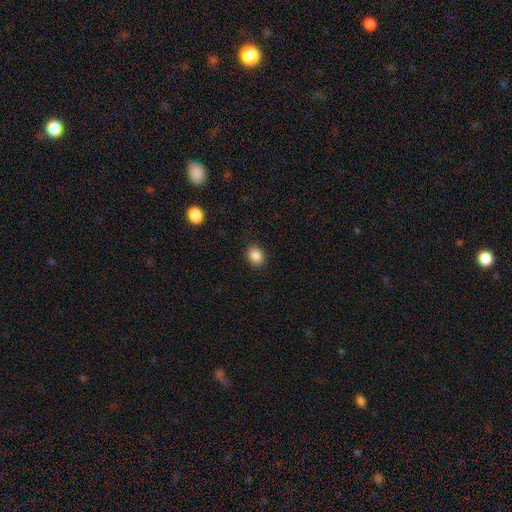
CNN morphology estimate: Smooth or featured? Predicted: smooth (p=0.86). How rounded? Predicted: round (p=0.55). Merging? Predicted: none (p=0.90).